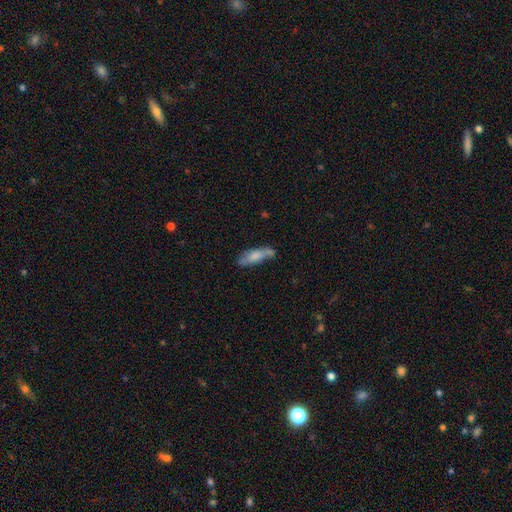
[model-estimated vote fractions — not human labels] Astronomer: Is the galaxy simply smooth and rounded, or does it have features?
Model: smooth — 68%.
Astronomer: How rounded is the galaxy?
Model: in between — 53% (runner-up: cigar-shaped, 45%).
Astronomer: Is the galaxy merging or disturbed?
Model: none — 55%.